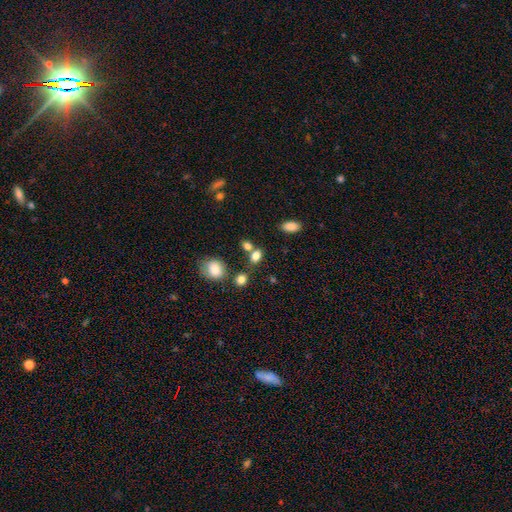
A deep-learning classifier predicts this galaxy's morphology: Smooth or featured?
  - smooth: 79% *
  - star or artifact: 12%
  - featured or disk: 8%
How rounded?
  - in between: 68% *
  - round: 29%
  - cigar-shaped: 3%
Merging?
  - none: 56% *
  - merger: 26%
  - minor disturbance: 13%
  - major disturbance: 5%